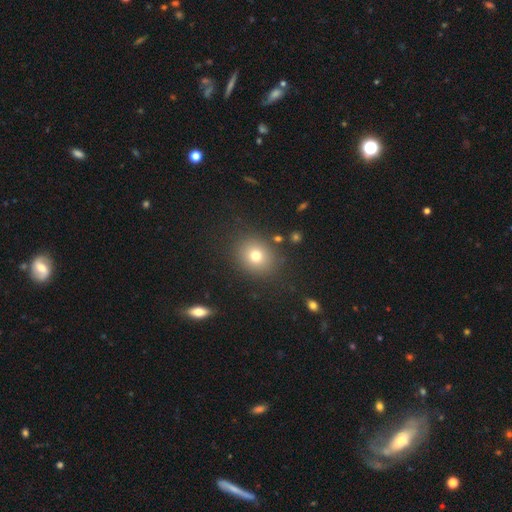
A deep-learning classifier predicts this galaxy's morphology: Smooth or featured? Predicted: smooth (p=0.75). How rounded? Predicted: round (p=0.69). Merging? Predicted: none (p=0.85).